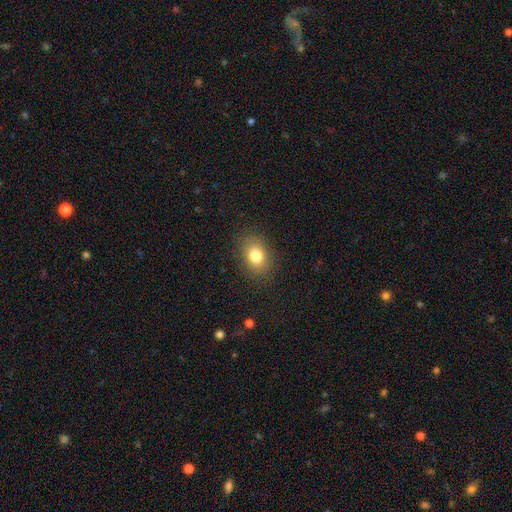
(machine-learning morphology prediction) Overall: smooth (80%). How rounded: in between (68%; round 30%). Merging: none (86%).